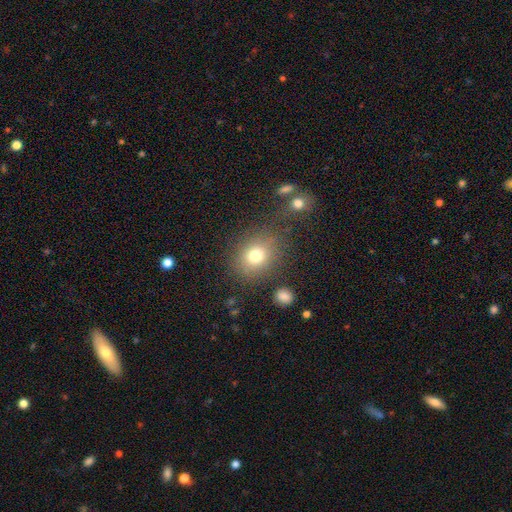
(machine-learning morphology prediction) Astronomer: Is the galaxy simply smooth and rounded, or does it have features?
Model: smooth — 77%.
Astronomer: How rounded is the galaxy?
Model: round — 62% (runner-up: in between, 37%).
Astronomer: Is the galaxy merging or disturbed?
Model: none — 77%.